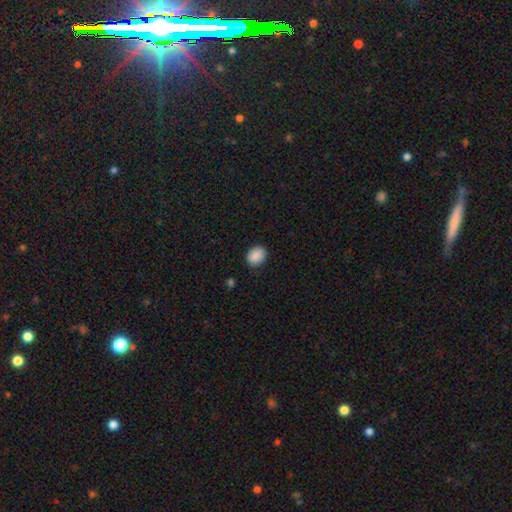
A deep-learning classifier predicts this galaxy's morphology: Smooth or featured? smooth (89%)
How rounded? round (50%)
Merging? none (84%)